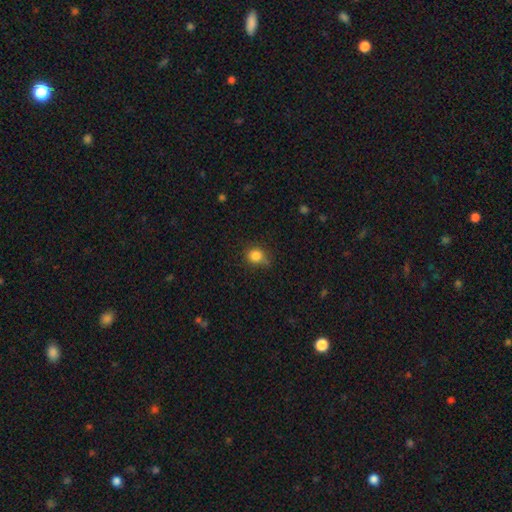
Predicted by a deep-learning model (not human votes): smooth-or-featured: smooth: 84% | star or artifact: 11% | featured or disk: 5%
  how-rounded: round: 75% | in between: 24% | cigar-shaped: 1%
  merging: none: 67% | minor disturbance: 25% | major disturbance: 5% | merger: 2%